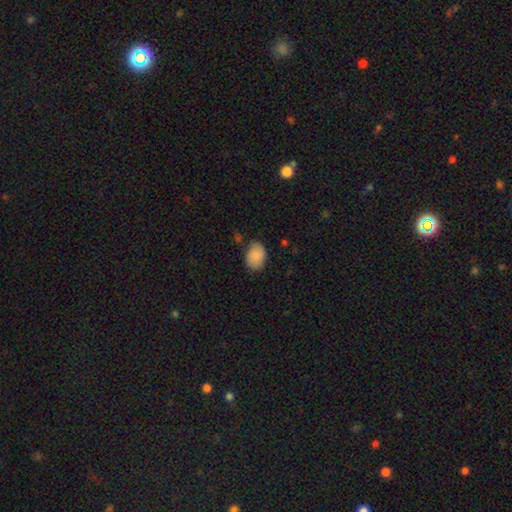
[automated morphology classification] Overall: smooth (88%). How rounded: in between (76%). Merging: none (73%).